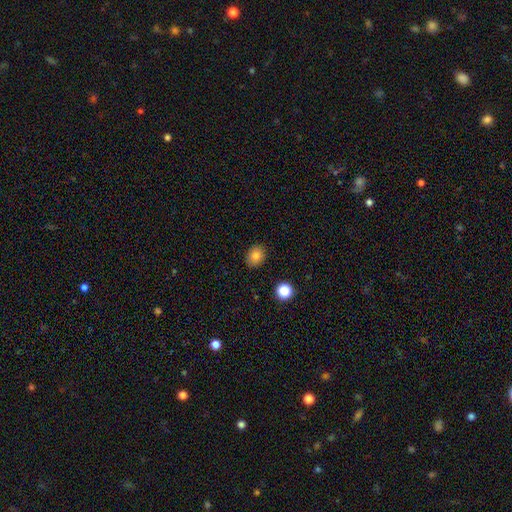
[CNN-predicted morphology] This is clearly a smooth galaxy (81%). How rounded: possibly round (55%). Merging: clearly none (89%).